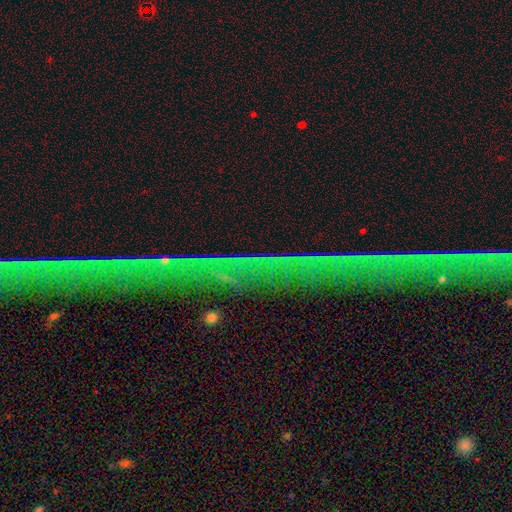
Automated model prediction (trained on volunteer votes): Overall: star or artifact (74%).